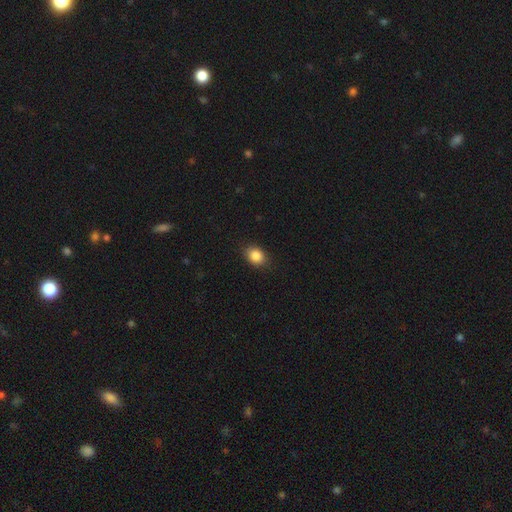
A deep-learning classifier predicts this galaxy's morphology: smooth 86%, star or artifact 9%, featured or disk 5%. Down the decision tree: how rounded — in between (62%); merging — none (86%).